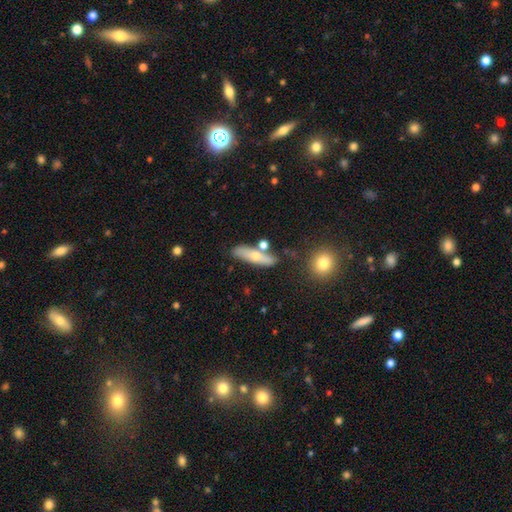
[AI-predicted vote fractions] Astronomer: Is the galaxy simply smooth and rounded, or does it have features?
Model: smooth — 50% (runner-up: featured or disk, 40%).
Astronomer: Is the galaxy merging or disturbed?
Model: none — 73%.